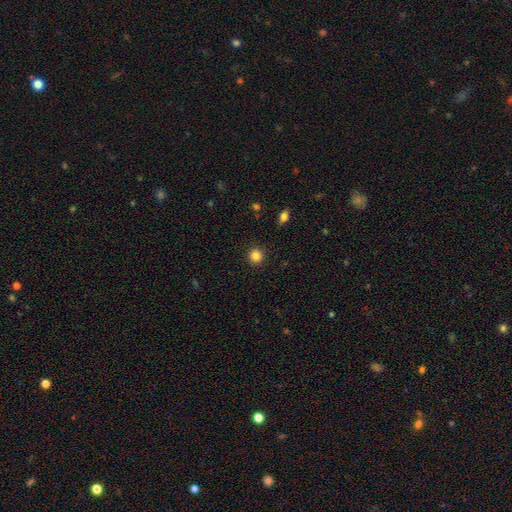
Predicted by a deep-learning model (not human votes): A smooth galaxy with no disk features (84%) that is round (94%). Merging: none (92%).